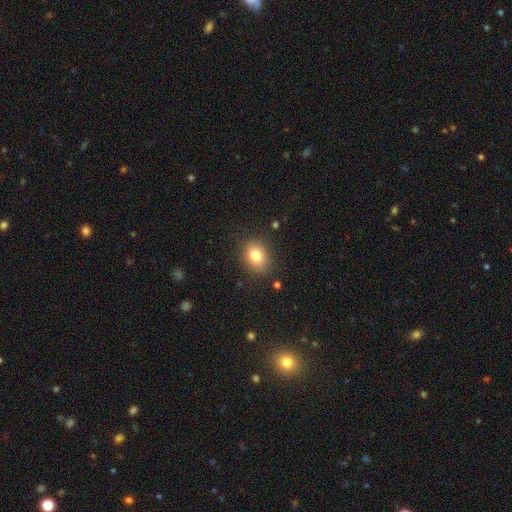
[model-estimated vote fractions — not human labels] Smooth or featured?
  - smooth: 80% *
  - star or artifact: 11%
  - featured or disk: 9%
How rounded?
  - in between: 52% *
  - round: 47%
  - cigar-shaped: 1%
Merging?
  - none: 84% *
  - minor disturbance: 11%
  - major disturbance: 3%
  - merger: 1%